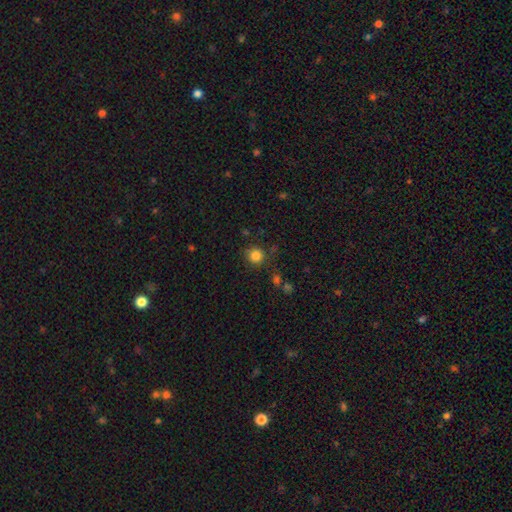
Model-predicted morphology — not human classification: Overall: smooth (83%). How rounded: round (93%). Merging: none (83%).